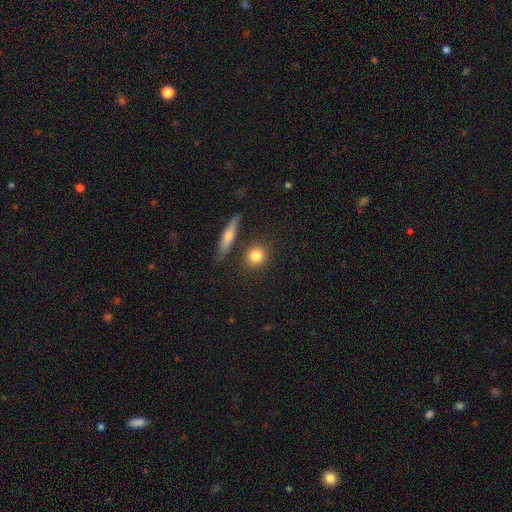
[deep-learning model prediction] Morphology: type=smooth (81%); roundness=round (81%); merging=none (81%).